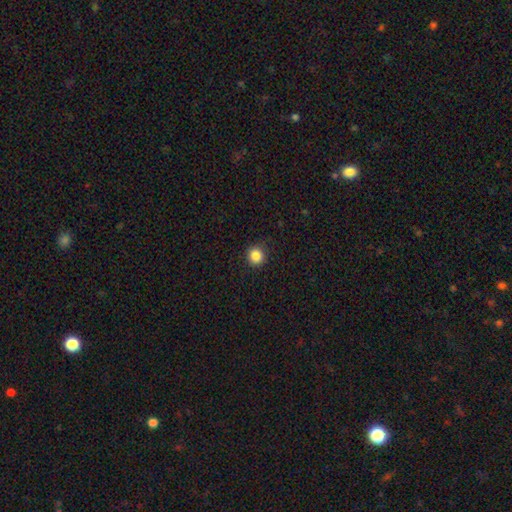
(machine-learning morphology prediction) smooth 86%, star or artifact 11%, featured or disk 3%. Down the decision tree: how rounded — round (91%); merging — none (90%).